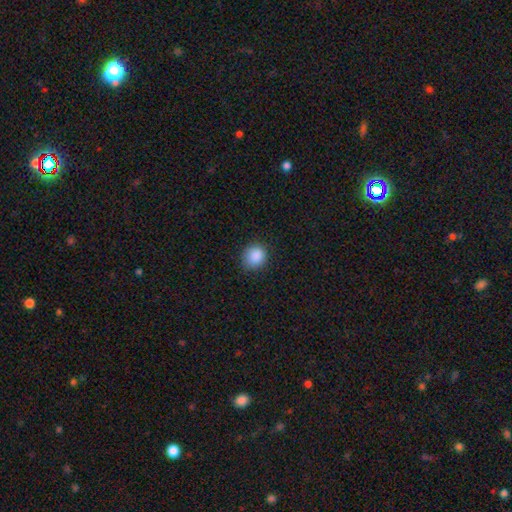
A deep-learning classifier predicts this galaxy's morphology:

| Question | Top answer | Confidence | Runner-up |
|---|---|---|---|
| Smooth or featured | smooth | 88% | star or artifact (9%) |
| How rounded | round | 71% | in between (28%) |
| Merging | none | 80% | minor disturbance (16%) |